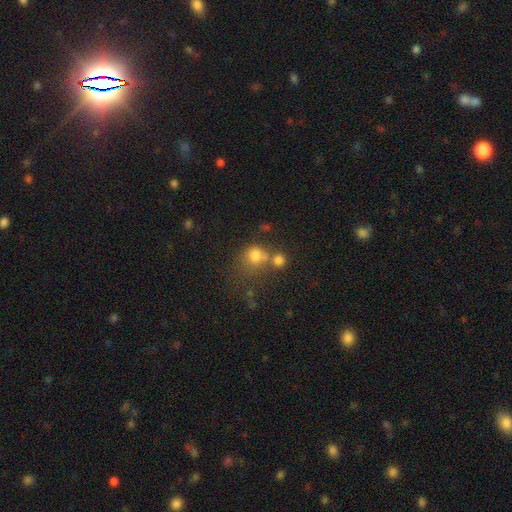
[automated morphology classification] Smooth or featured: smooth — 75% (star or artifact — 15%)
How rounded: round — 79% (in between — 20%)
Merging: none — 44% (merger — 38%)